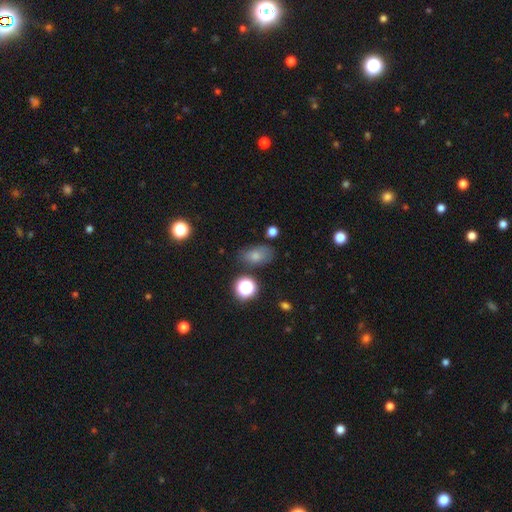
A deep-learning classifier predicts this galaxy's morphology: smooth_or_featured: smooth (p=0.72) [alt: star or artifact p=0.14]
how_rounded: in between (p=0.83) [alt: round p=0.15]
merging: none (p=0.68) [alt: minor disturbance p=0.21]